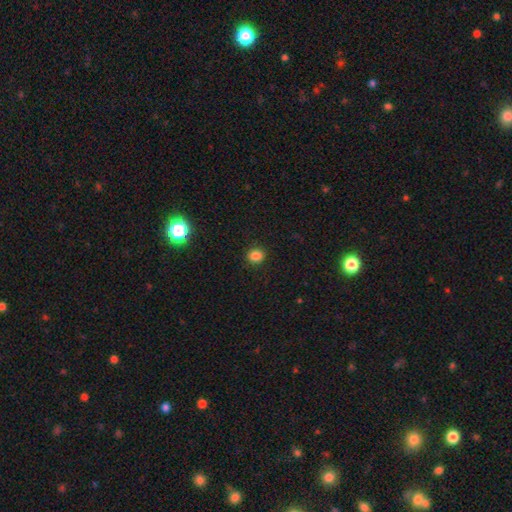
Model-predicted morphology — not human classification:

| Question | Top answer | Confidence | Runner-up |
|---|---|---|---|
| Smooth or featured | smooth | 85% | star or artifact (12%) |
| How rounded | round | 82% | in between (17%) |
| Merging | none | 91% | minor disturbance (6%) |